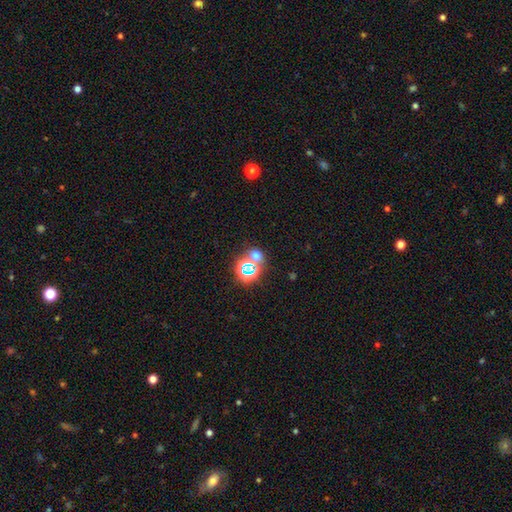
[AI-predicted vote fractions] This appears to be a smooth galaxy with no disk features (48%). Merging: none (61%).